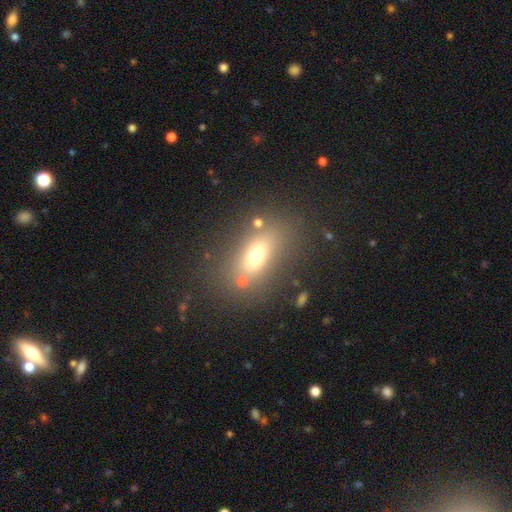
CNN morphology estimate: A smooth galaxy with no disk features (66%) that is in between round and cigar-shaped (76%). Merging: none (74%).